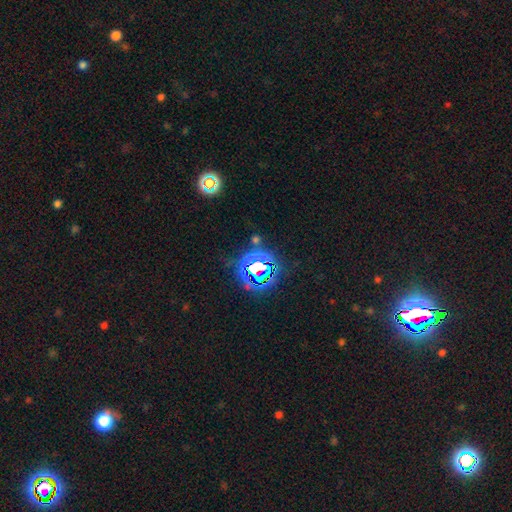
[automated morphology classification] Smooth or featured?
  - star or artifact: 78% *
  - smooth: 13%
  - featured or disk: 8%